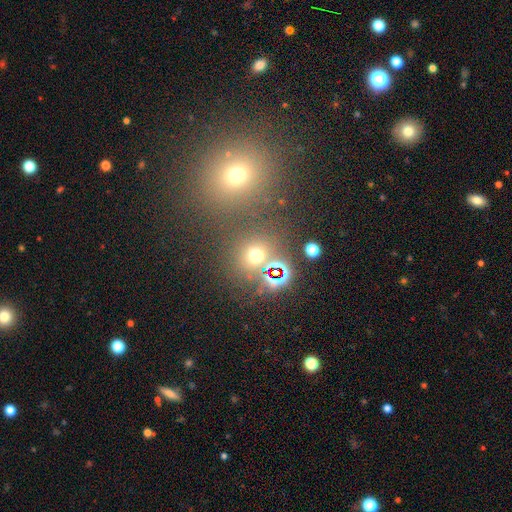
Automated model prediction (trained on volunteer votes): smooth_or_featured: smooth (p=0.56) [alt: star or artifact p=0.34]
how_rounded: round (p=0.84) [alt: in between p=0.14]
merging: none (p=0.72) [alt: merger p=0.12]